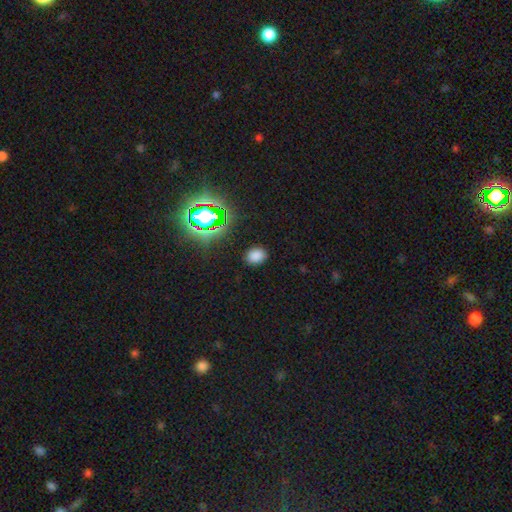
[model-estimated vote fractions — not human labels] smooth_or_featured: smooth (p=0.75) [alt: star or artifact p=0.20]
how_rounded: in between (p=0.61) [alt: round p=0.38]
merging: none (p=0.85) [alt: minor disturbance p=0.10]